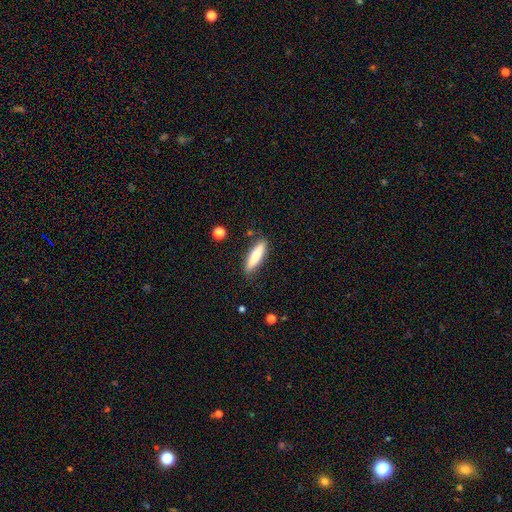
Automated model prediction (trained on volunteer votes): Q: Smooth or featured?
A: smooth (79%); runner-up: featured or disk (15%)
Q: How rounded?
A: cigar-shaped (73%); runner-up: in between (25%)
Q: Merging?
A: none (84%); runner-up: minor disturbance (12%)